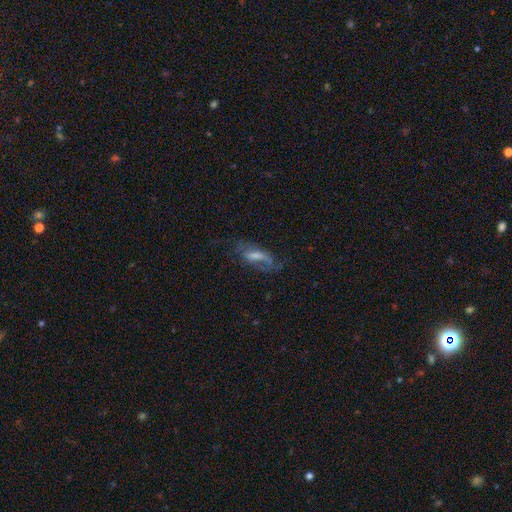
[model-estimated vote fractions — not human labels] Smooth or featured? Predicted: featured or disk (p=0.61). Edge-on disk? Predicted: no (p=0.79). Merging? Predicted: none (p=0.58).